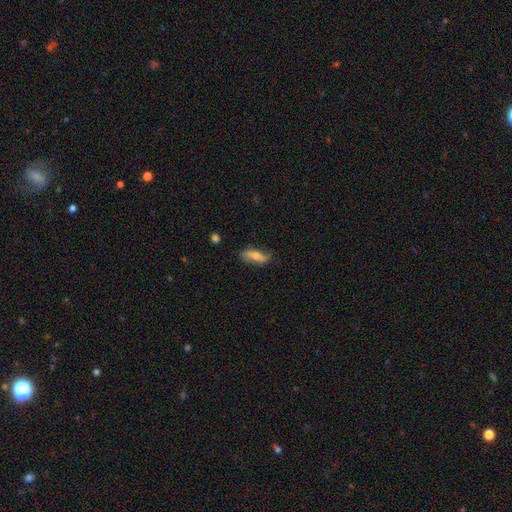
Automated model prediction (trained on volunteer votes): A smooth galaxy with no disk features (47%).

Vote fractions:
- Smooth or featured? smooth: 47% / featured or disk: 46% / star or artifact: 7%
- Merging? none: 73% / minor disturbance: 20% / major disturbance: 5% / merger: 2%